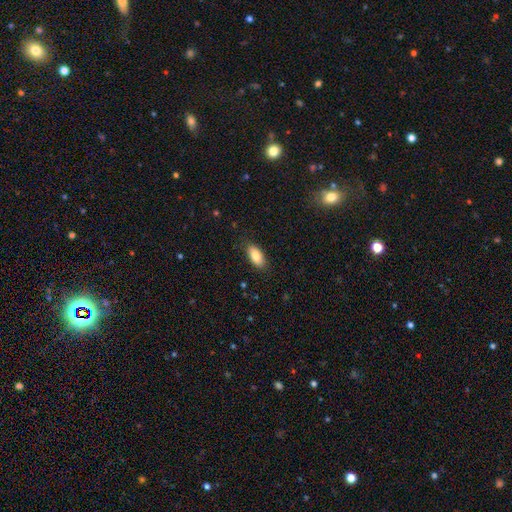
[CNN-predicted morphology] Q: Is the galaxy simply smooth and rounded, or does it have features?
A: smooth — 83%.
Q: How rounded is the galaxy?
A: in between — 91%.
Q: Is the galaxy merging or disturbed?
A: none — 85%.